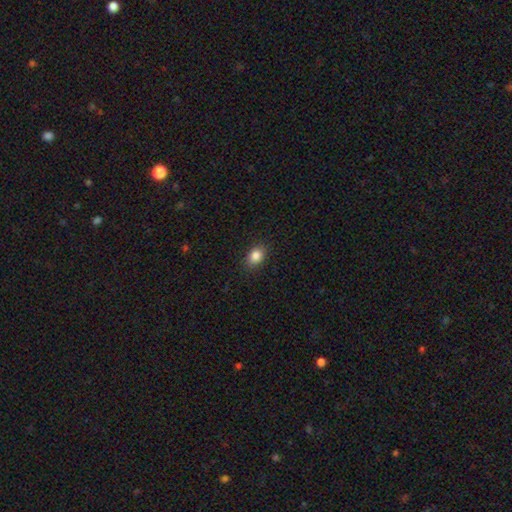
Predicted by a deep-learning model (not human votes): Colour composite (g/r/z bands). It shows a smooth galaxy with no disk features (86%) that is in between round and cigar-shaped (74%). Merging: none (88%).